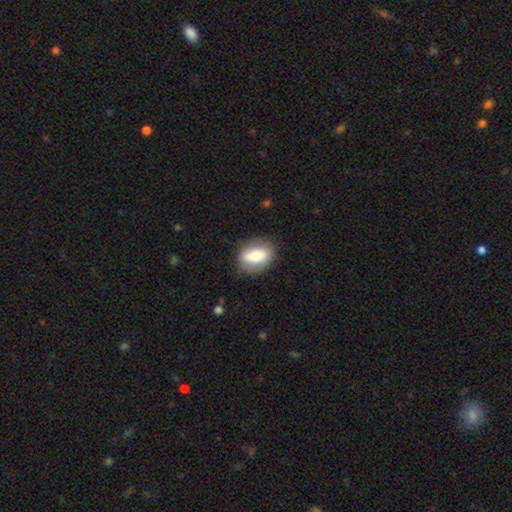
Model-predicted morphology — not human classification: smooth-or-featured: smooth: 69% | featured or disk: 24% | star or artifact: 7%
  how-rounded: in between: 82% | round: 15% | cigar-shaped: 3%
  merging: none: 80% | minor disturbance: 14% | major disturbance: 5% | merger: 1%